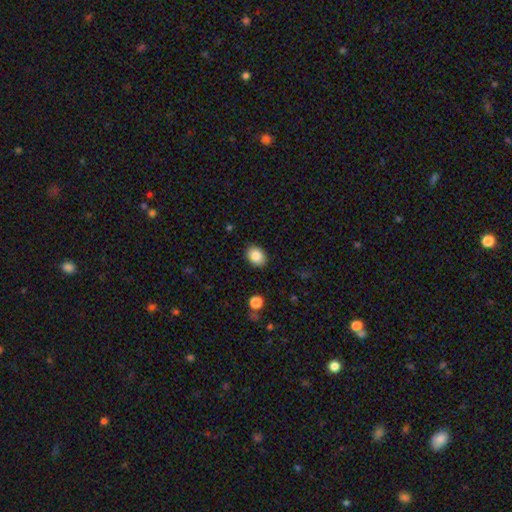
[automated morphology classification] Smooth or featured?
  - smooth: 87% *
  - star or artifact: 8%
  - featured or disk: 4%
How rounded?
  - in between: 70% *
  - round: 29%
  - cigar-shaped: 1%
Merging?
  - none: 87% *
  - minor disturbance: 9%
  - major disturbance: 2%
  - merger: 1%